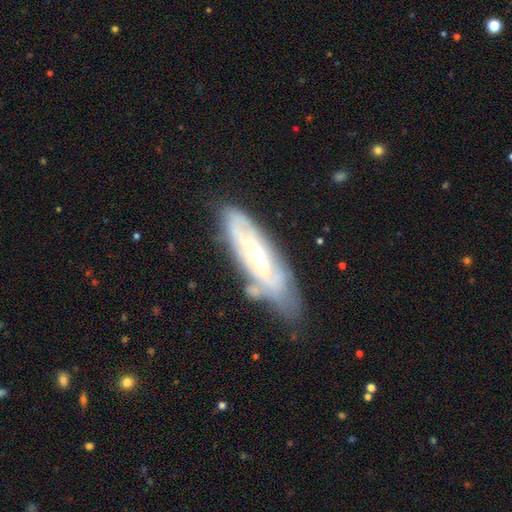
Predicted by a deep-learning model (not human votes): Smooth or featured?
  - featured or disk: 74% *
  - smooth: 20%
  - star or artifact: 6%
Edge-on disk?
  - no: 73% *
  - yes: 27%
Bar?
  - no: 50% *
  - weak: 32%
  - strong: 18%
Spiral arms?
  - yes: 69% *
  - no: 31%
Bulge size?
  - moderate: 65% *
  - small: 17%
  - large: 15%
  - dominant: 2%
  - none: 1%
Merging?
  - none: 60% *
  - minor disturbance: 25%
  - major disturbance: 10%
  - merger: 5%